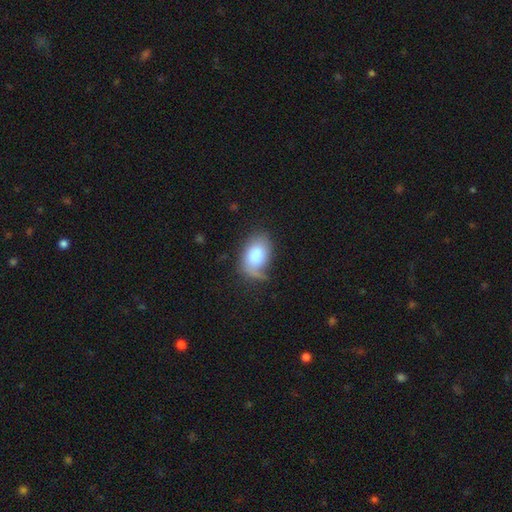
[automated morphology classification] This is likely a smooth galaxy (74%). How rounded: clearly in between (87%). Merging: marginally none (44%).